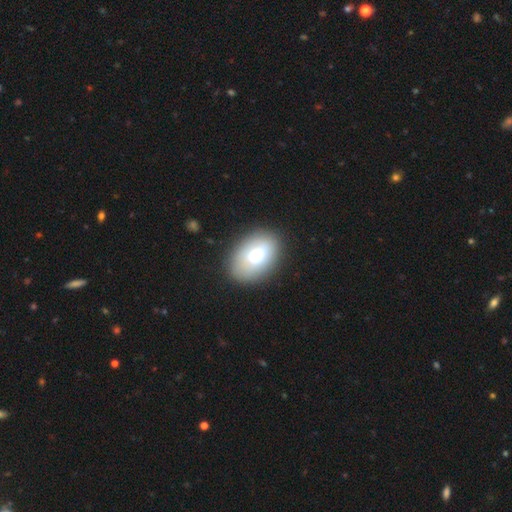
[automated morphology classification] Smooth or featured? smooth (70%)
How rounded? in between (83%)
Merging? none (85%)